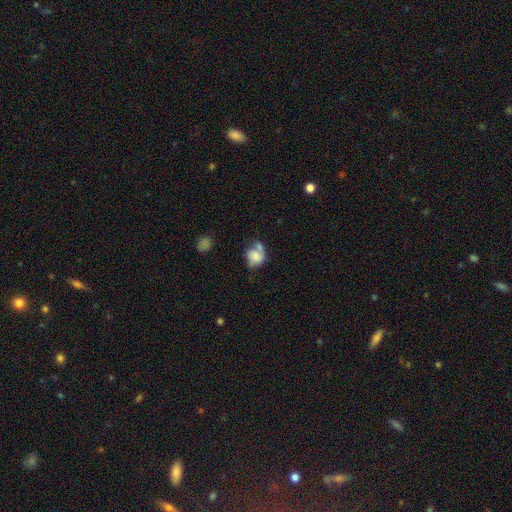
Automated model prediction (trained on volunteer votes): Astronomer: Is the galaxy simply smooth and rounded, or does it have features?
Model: smooth — 64%.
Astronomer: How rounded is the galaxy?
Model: round — 51% (runner-up: in between, 47%).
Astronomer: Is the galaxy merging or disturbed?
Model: none — 30% (runner-up: merger, 28%).